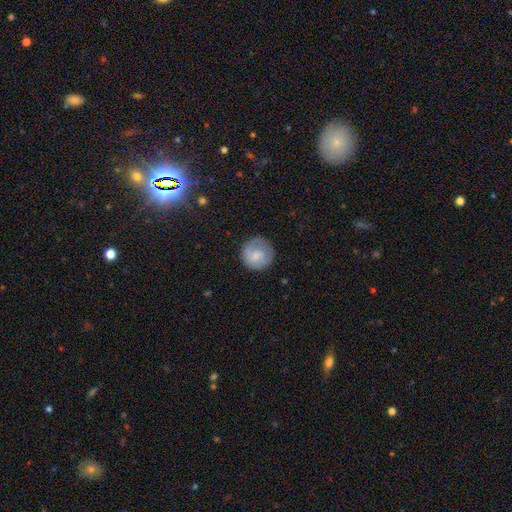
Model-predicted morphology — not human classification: This is likely a smooth galaxy (67%). How rounded: clearly round (93%). Merging: likely none (78%).